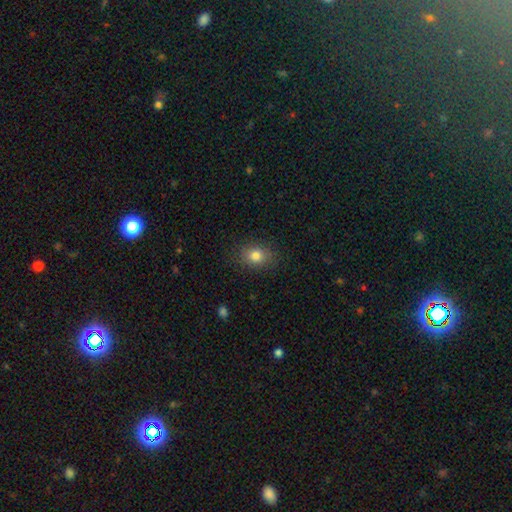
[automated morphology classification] Q: Smooth or featured?
A: smooth (82%); runner-up: star or artifact (10%)
Q: How rounded?
A: in between (61%); runner-up: round (38%)
Q: Merging?
A: none (84%); runner-up: minor disturbance (11%)